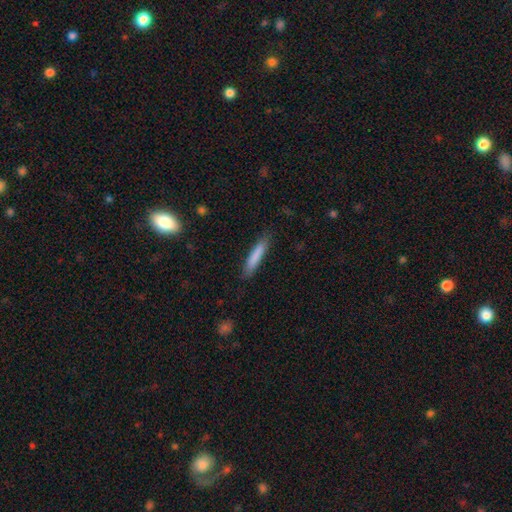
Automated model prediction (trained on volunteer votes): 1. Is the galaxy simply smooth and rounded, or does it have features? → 82% smooth, 12% featured or disk, 6% star or artifact.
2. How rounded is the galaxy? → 89% cigar-shaped, 10% in between, 1% round.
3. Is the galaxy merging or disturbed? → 85% none, 12% minor disturbance, 2% major disturbance, 1% merger.